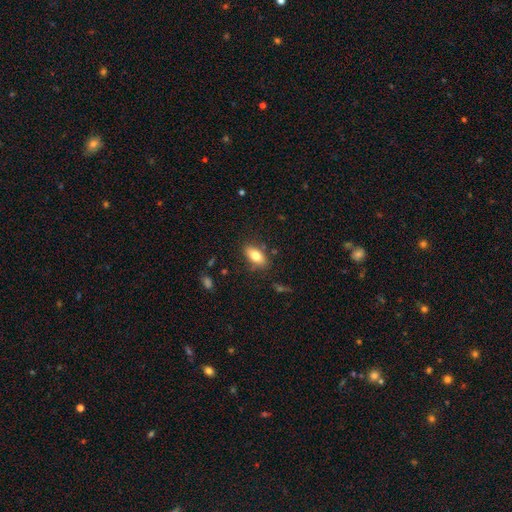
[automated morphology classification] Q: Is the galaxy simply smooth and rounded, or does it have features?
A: smooth — 76%.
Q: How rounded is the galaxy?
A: in between — 87%.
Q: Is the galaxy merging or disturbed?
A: none — 81%.